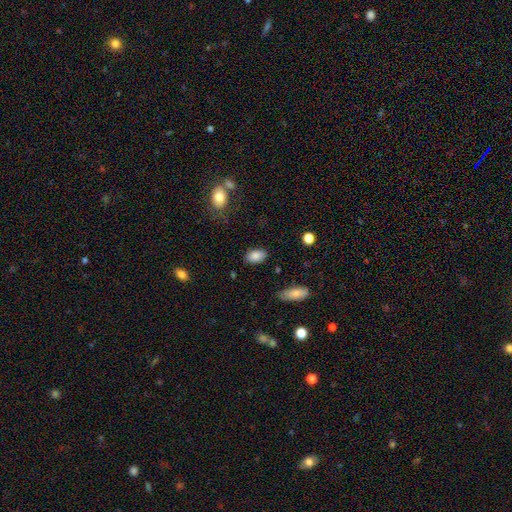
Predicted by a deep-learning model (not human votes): Smooth or featured? smooth (86%)
How rounded? in between (88%)
Merging? none (84%)